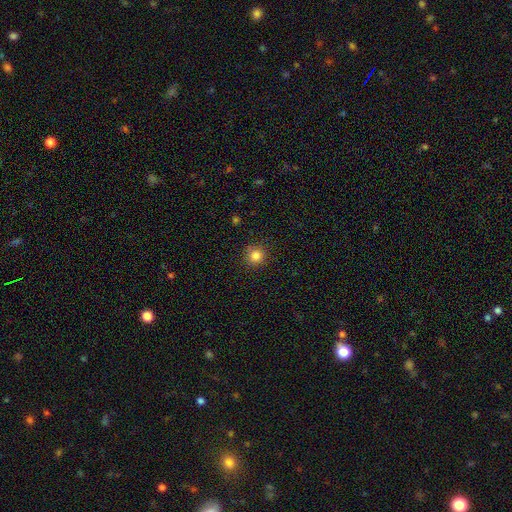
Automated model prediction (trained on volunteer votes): Smooth or featured? smooth (83%)
How rounded? round (94%)
Merging? none (89%)